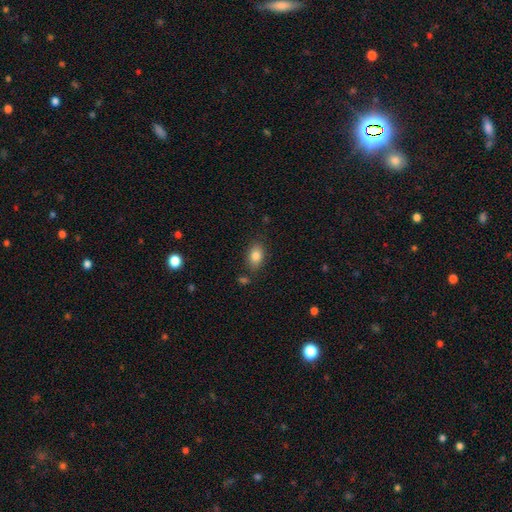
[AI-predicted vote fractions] Smooth or featured?
  - smooth: 84% *
  - star or artifact: 9%
  - featured or disk: 8%
How rounded?
  - in between: 85% *
  - round: 13%
  - cigar-shaped: 2%
Merging?
  - none: 79% *
  - minor disturbance: 13%
  - merger: 4%
  - major disturbance: 3%